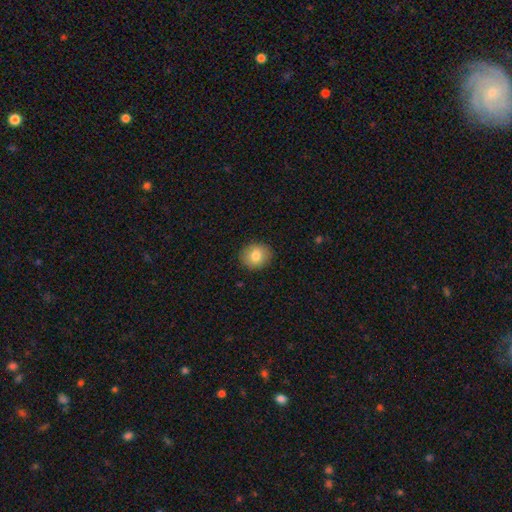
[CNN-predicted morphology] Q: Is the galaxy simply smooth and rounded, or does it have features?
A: smooth — 81%.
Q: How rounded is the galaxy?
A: round — 77%.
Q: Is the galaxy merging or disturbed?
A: none — 89%.